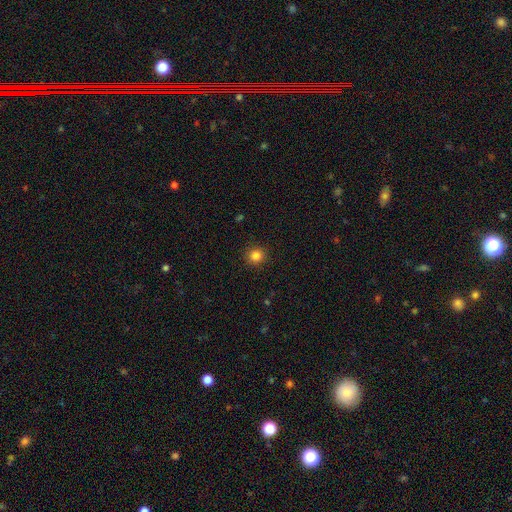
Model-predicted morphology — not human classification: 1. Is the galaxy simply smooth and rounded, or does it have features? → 84% smooth, 12% star or artifact, 4% featured or disk.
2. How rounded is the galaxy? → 93% round, 6% in between, 1% cigar-shaped.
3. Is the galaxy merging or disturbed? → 92% none, 6% minor disturbance, 2% major disturbance, 1% merger.